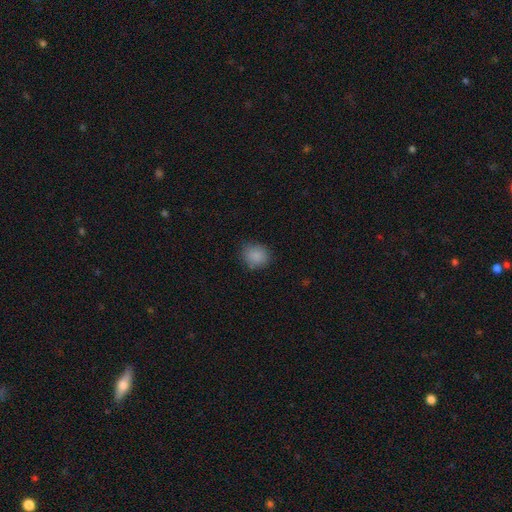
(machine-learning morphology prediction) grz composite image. It shows a smooth galaxy with no disk features (86%) that is round (76%). Merging: none (82%).